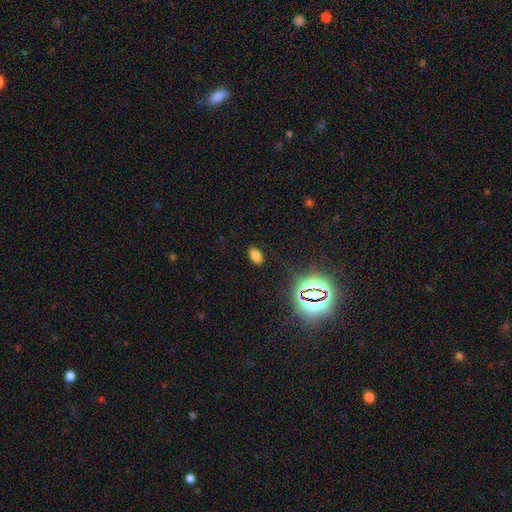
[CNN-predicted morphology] A smooth galaxy with no disk features (71%) that is in between round and cigar-shaped (91%).

Vote fractions:
- Smooth or featured? smooth: 71% / star or artifact: 22% / featured or disk: 6%
- How rounded? in between: 91% / round: 6% / cigar-shaped: 2%
- Merging? none: 86% / minor disturbance: 10% / major disturbance: 3% / merger: 1%